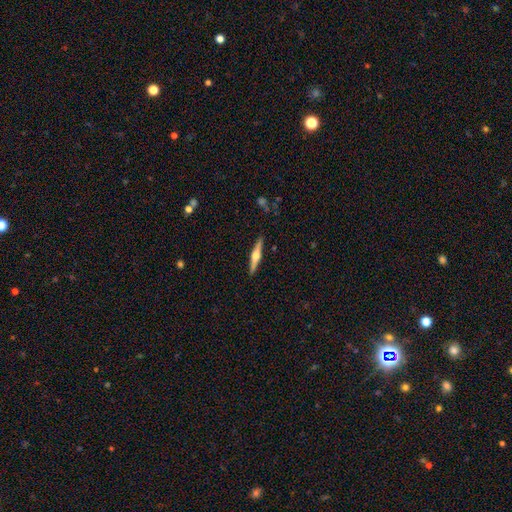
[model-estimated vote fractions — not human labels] Q: Smooth or featured?
A: featured or disk (72%); runner-up: smooth (22%)
Q: Edge-on disk?
A: yes (98%); runner-up: no (2%)
Q: Edge-on bulge?
A: rounded (94%); runner-up: boxy (4%)
Q: Merging?
A: none (91%); runner-up: minor disturbance (7%)